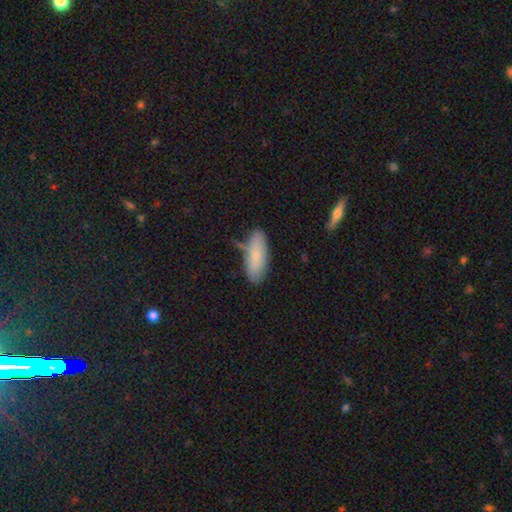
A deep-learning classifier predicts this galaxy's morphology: smooth_or_featured: smooth (p=0.75) [alt: featured or disk p=0.19]
how_rounded: in between (p=0.74) [alt: cigar-shaped p=0.24]
merging: none (p=0.68) [alt: minor disturbance p=0.22]